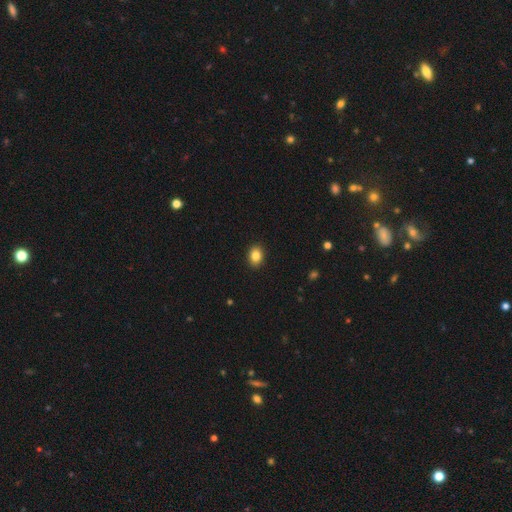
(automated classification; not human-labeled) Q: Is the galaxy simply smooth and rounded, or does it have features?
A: smooth — 86%.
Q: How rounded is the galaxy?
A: in between — 64%.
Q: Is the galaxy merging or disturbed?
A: none — 91%.